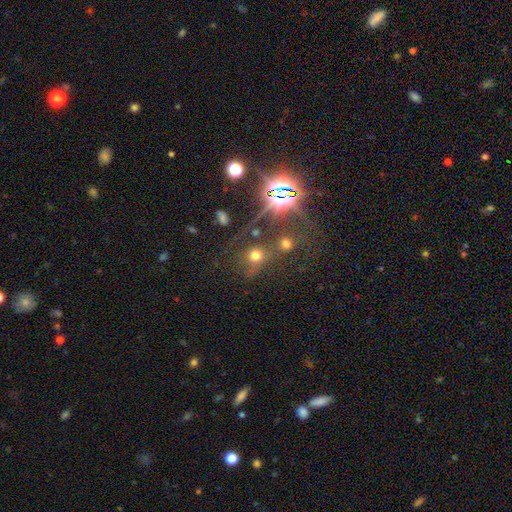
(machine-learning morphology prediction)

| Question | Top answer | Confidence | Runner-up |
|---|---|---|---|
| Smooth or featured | smooth | 51% | star or artifact (33%) |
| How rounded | round | 78% | in between (20%) |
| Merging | none | 54% | merger (18%) |